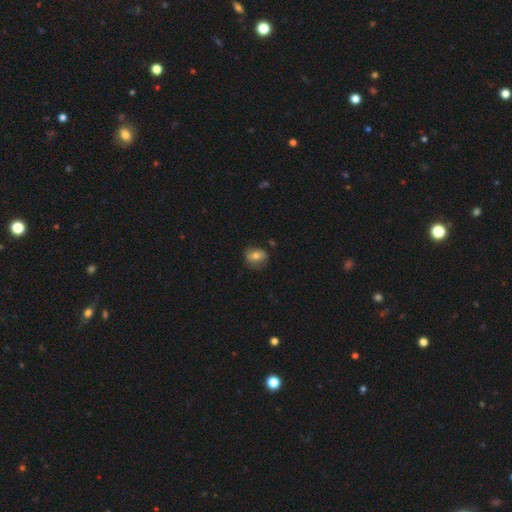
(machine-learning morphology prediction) This is likely a smooth galaxy (65%). How rounded: possibly in between (55%). Merging: likely none (74%).